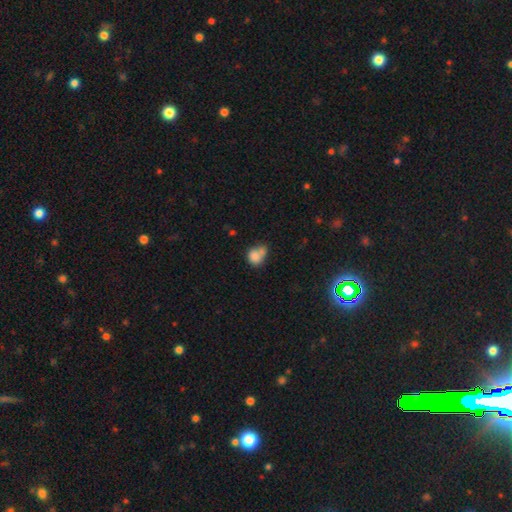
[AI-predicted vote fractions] smooth 79%, star or artifact 11%, featured or disk 10%. Down the decision tree: how rounded — round (58%); merging — merger (43%).